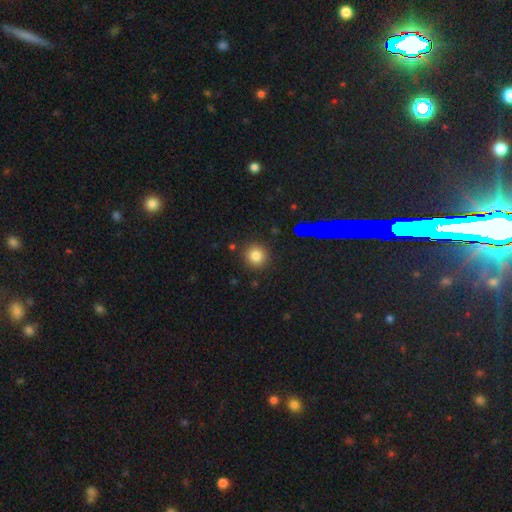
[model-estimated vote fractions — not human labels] Smooth or featured? Predicted: smooth (p=0.79). How rounded? Predicted: round (p=0.93). Merging? Predicted: none (p=0.90).